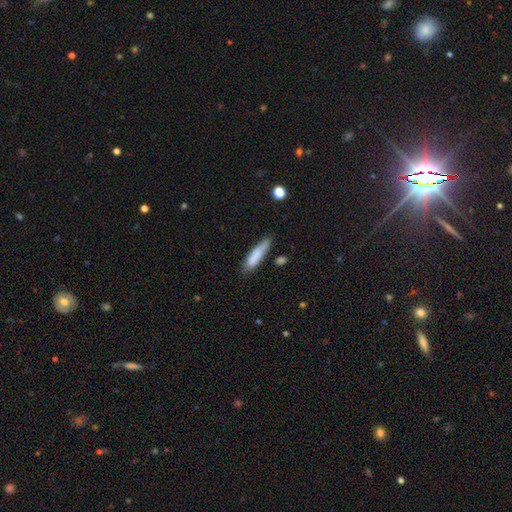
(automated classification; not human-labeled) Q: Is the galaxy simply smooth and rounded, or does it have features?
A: smooth — 81%.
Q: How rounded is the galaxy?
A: cigar-shaped — 80%.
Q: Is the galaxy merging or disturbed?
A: none — 74%.